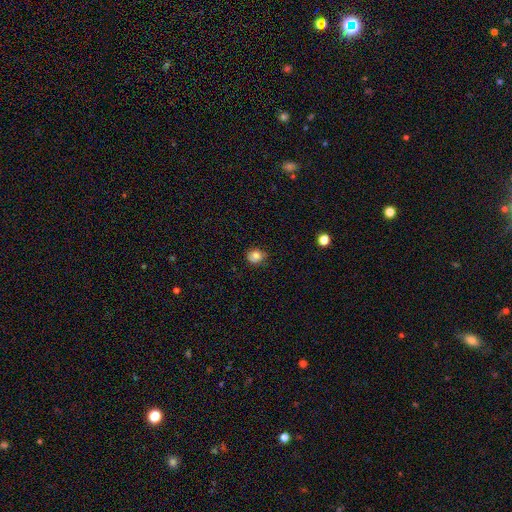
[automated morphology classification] Smooth or featured?
  - smooth: 81% *
  - star or artifact: 11%
  - featured or disk: 8%
How rounded?
  - round: 74% *
  - in between: 25%
  - cigar-shaped: 1%
Merging?
  - none: 77% *
  - minor disturbance: 19%
  - major disturbance: 3%
  - merger: 1%